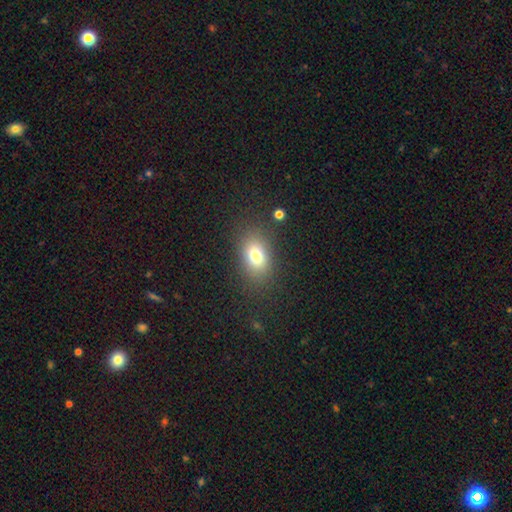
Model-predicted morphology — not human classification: Overall: smooth (76%). How rounded: in between (74%). Merging: none (83%).